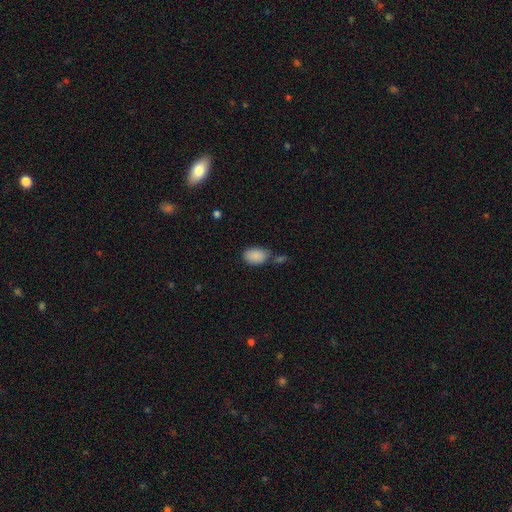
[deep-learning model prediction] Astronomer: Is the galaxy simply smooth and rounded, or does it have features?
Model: smooth — 88%.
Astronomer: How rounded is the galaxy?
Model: in between — 90%.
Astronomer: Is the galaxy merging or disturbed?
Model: none — 62%.